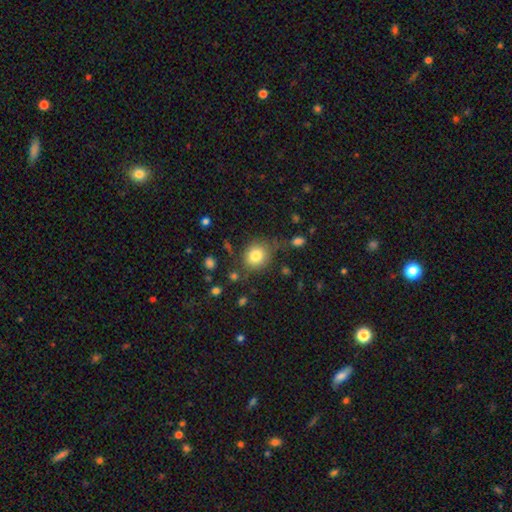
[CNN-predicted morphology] Smooth or featured? Predicted: smooth (p=0.82). How rounded? Predicted: round (p=0.75). Merging? Predicted: none (p=0.73).